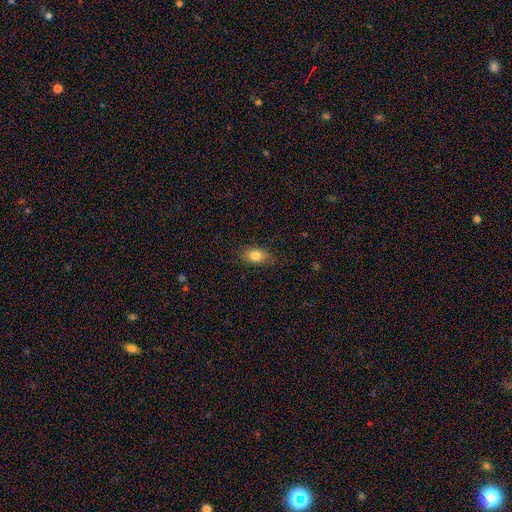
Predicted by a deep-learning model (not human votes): smooth-or-featured: smooth: 82% | featured or disk: 10% | star or artifact: 8%
  how-rounded: in between: 86% | round: 11% | cigar-shaped: 3%
  merging: none: 83% | minor disturbance: 13% | major disturbance: 3% | merger: 1%